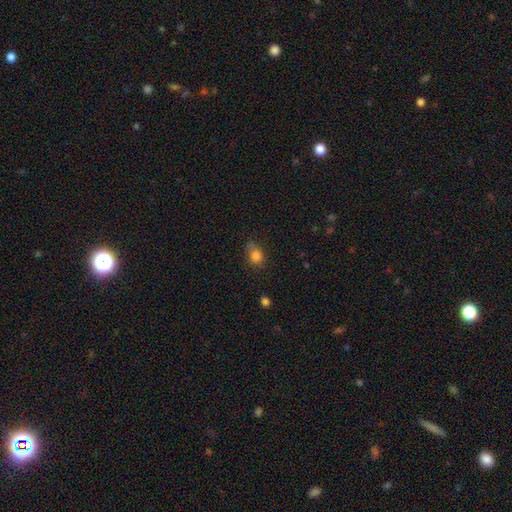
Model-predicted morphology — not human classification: smooth-or-featured: smooth: 82% | star or artifact: 12% | featured or disk: 7%
  how-rounded: round: 56% | in between: 43% | cigar-shaped: 2%
  merging: none: 52% | minor disturbance: 29% | merger: 10% | major disturbance: 9%